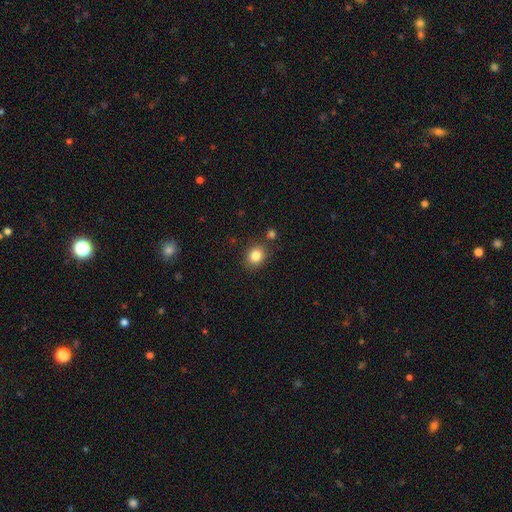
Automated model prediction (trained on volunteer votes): Smooth or featured: smooth — 83% (star or artifact — 10%)
How rounded: round — 60% (in between — 39%)
Merging: none — 82% (minor disturbance — 10%)